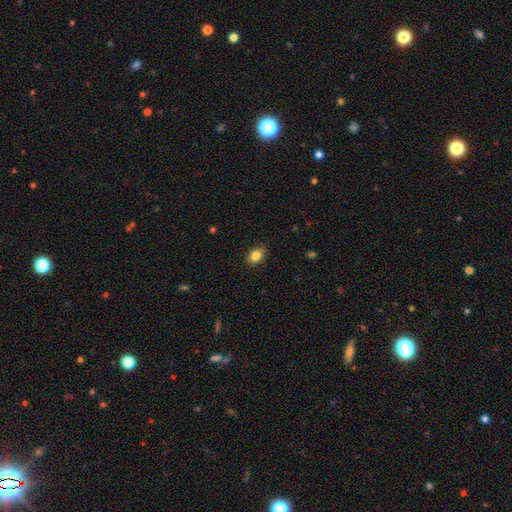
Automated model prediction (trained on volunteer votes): Overall: smooth (86%). How rounded: in between (65%; round 34%). Merging: none (88%).